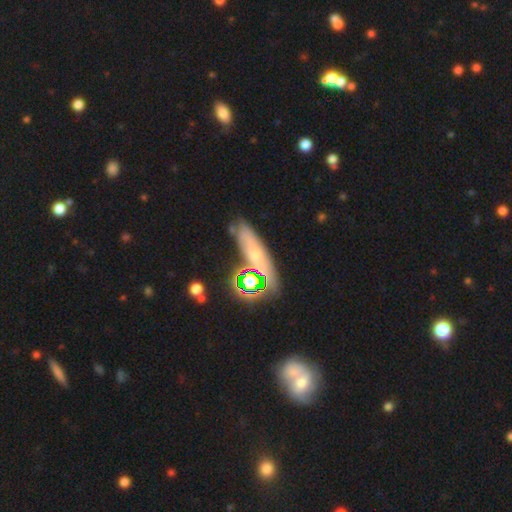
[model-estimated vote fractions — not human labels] Overall: smooth (41%; featured or disk 30%). Merging: none (69%).